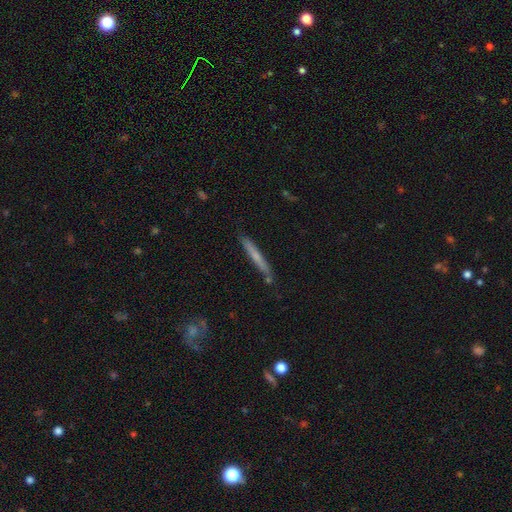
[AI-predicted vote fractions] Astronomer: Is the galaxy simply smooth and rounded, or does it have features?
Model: smooth — 55% (runner-up: featured or disk, 39%).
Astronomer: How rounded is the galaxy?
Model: cigar-shaped — 96%.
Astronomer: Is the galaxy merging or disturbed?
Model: none — 83%.